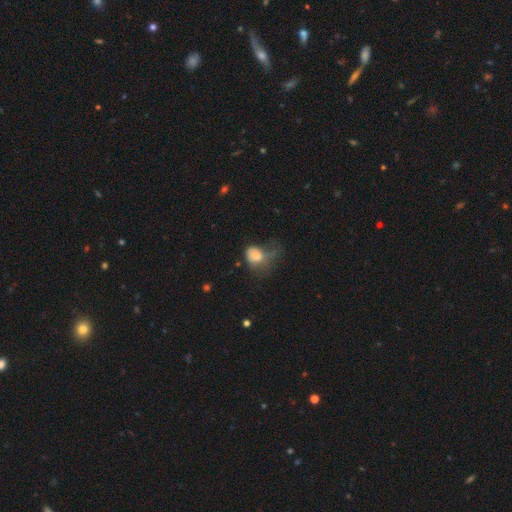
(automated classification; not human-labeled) Morphology: type=smooth (71%); roundness=in between (55%); merging=major disturbance (56%).